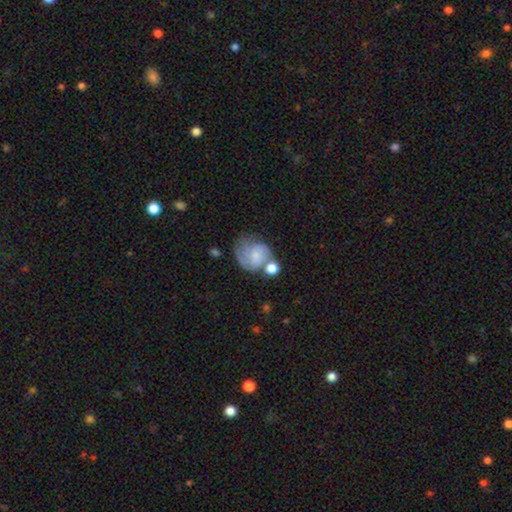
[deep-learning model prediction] smooth_or_featured: featured or disk (p=0.48) [alt: smooth p=0.43]
merging: none (p=0.39) [alt: minor disturbance p=0.23]